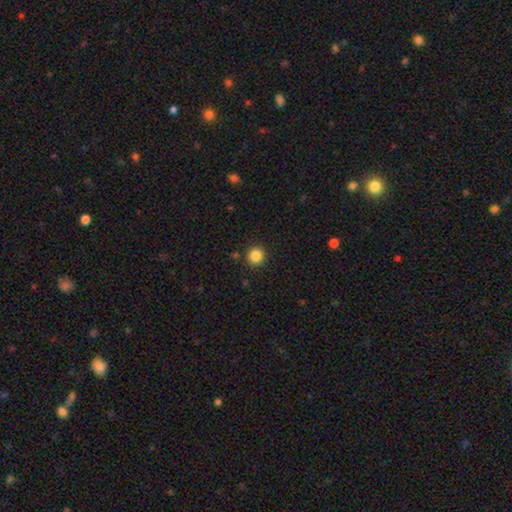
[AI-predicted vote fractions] smooth 85%, star or artifact 11%, featured or disk 4%. Down the decision tree: how rounded — round (93%); merging — none (91%).